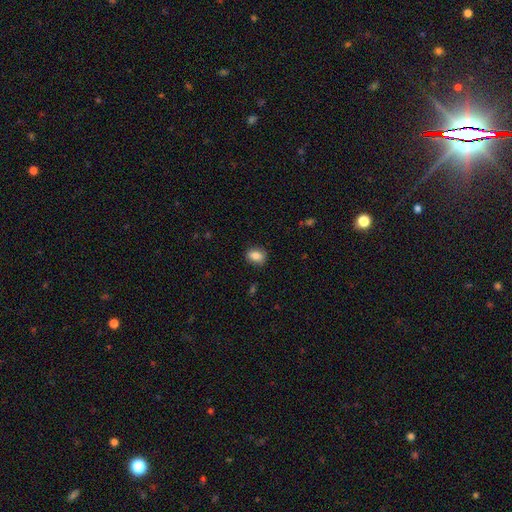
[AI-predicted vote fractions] Smooth or featured? Predicted: smooth (p=0.86). How rounded? Predicted: in between (p=0.66). Merging? Predicted: none (p=0.85).